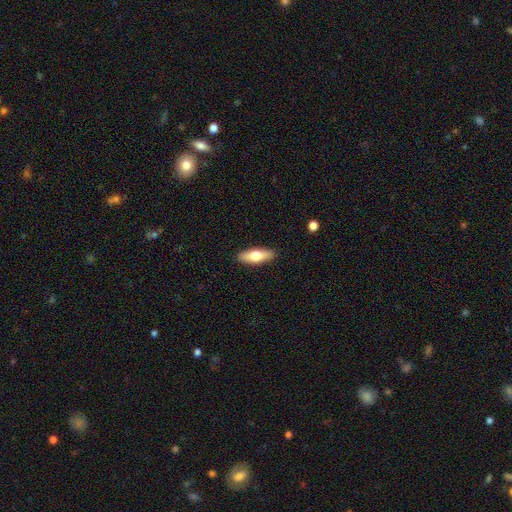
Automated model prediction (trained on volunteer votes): Smooth or featured?
  - smooth: 65% *
  - featured or disk: 29%
  - star or artifact: 6%
How rounded?
  - in between: 57% *
  - cigar-shaped: 41%
  - round: 3%
Merging?
  - none: 90% *
  - minor disturbance: 8%
  - major disturbance: 2%
  - merger: 1%